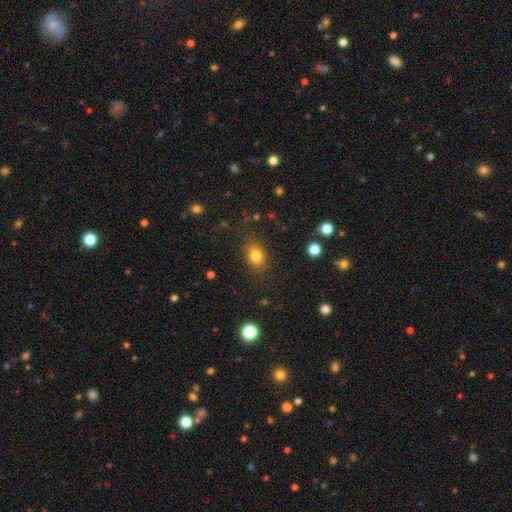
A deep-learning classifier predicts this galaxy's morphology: smooth-or-featured: smooth: 80% | star or artifact: 12% | featured or disk: 8%
  how-rounded: in between: 70% | round: 28% | cigar-shaped: 2%
  merging: none: 81% | minor disturbance: 13% | major disturbance: 4% | merger: 2%